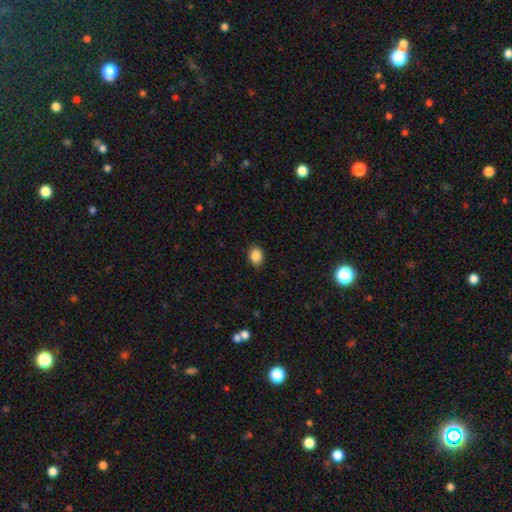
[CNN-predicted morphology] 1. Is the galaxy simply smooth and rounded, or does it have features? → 86% smooth, 9% star or artifact, 5% featured or disk.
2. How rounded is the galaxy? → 71% in between, 28% round, 1% cigar-shaped.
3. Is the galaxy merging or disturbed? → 85% none, 12% minor disturbance, 2% major disturbance, 1% merger.